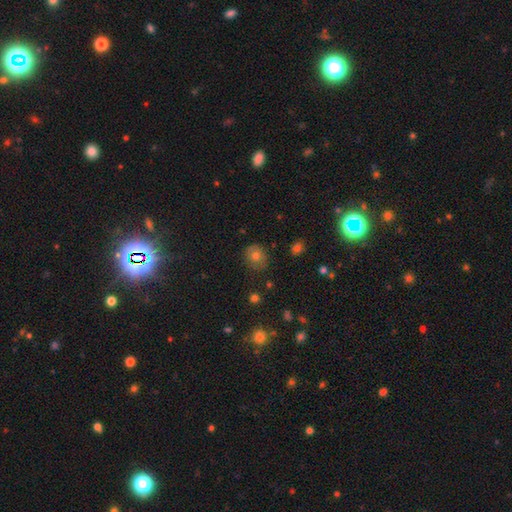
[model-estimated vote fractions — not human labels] A smooth galaxy with no disk features (71%) that is round (77%).

Vote fractions:
- Smooth or featured? smooth: 71% / star or artifact: 18% / featured or disk: 11%
- How rounded? round: 77% / in between: 22% / cigar-shaped: 1%
- Merging? none: 81% / minor disturbance: 14% / major disturbance: 3% / merger: 2%